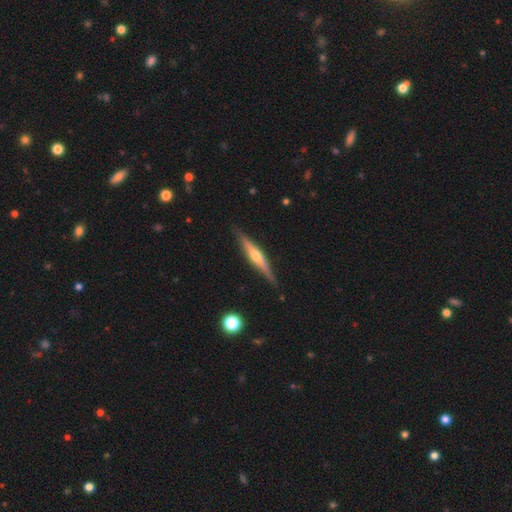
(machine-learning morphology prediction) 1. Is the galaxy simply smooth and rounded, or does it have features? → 69% featured or disk, 25% smooth, 5% star or artifact.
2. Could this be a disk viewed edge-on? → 97% yes, 3% no.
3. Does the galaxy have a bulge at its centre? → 83% rounded, 9% none, 8% boxy.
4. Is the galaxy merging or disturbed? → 87% none, 10% minor disturbance, 2% major disturbance, 1% merger.